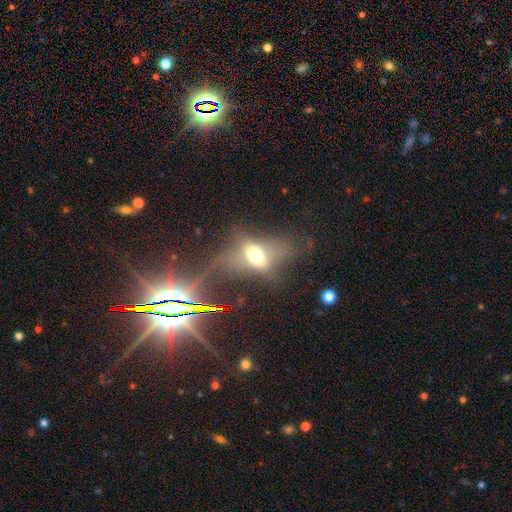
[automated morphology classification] Q: Smooth or featured?
A: smooth (50%); runner-up: featured or disk (34%)
Q: Merging?
A: major disturbance (43%); runner-up: none (27%)